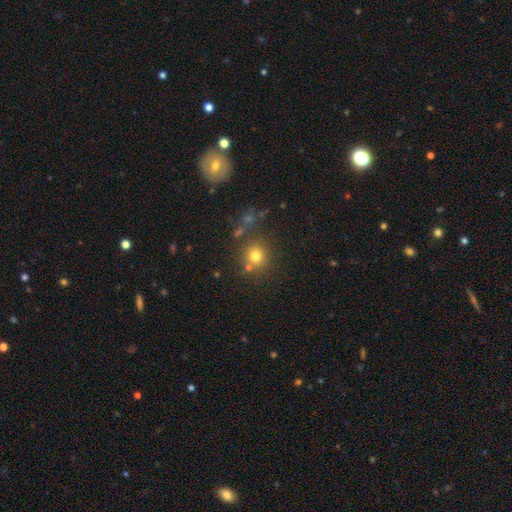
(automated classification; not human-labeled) A smooth galaxy with no disk features (76%) that is round (88%). Merging: none (75%).